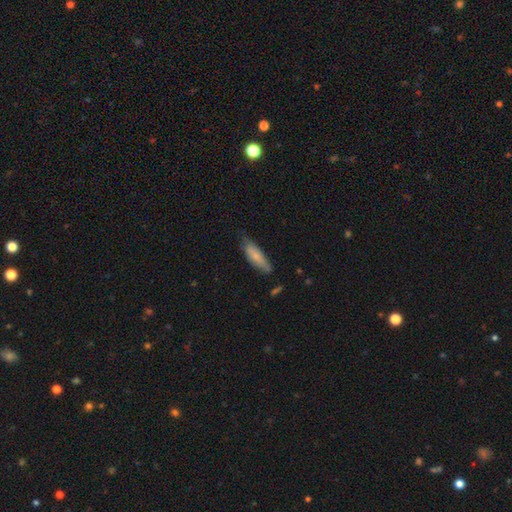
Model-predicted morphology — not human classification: Q: Smooth or featured?
A: smooth (75%); runner-up: featured or disk (19%)
Q: How rounded?
A: in between (51%); runner-up: cigar-shaped (47%)
Q: Merging?
A: none (63%); runner-up: minor disturbance (29%)